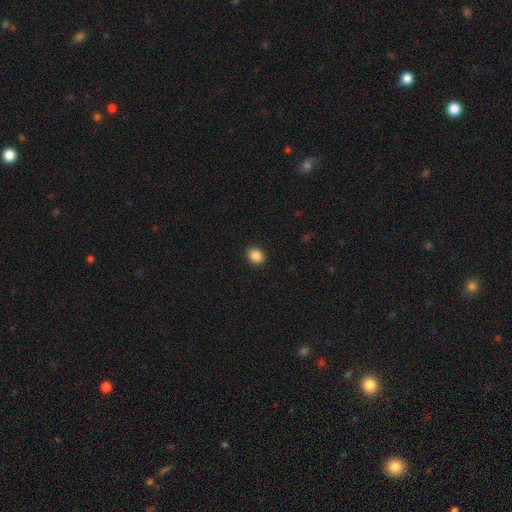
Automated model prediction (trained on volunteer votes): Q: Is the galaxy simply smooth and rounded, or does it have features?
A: smooth — 87%.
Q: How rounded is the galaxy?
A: round — 57%.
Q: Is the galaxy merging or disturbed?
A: none — 92%.